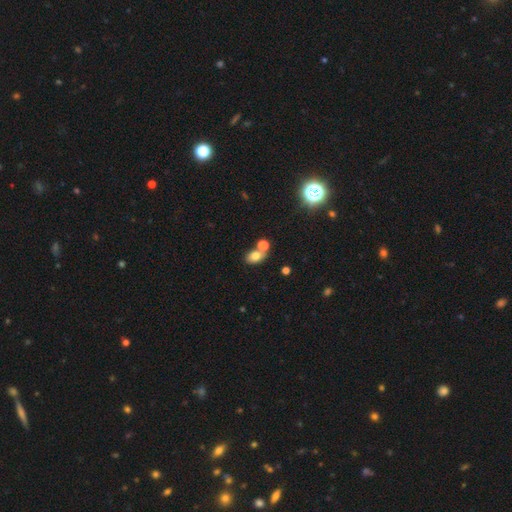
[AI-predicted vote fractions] A smooth galaxy with no disk features (75%) that is in between round and cigar-shaped (73%).

Vote fractions:
- Smooth or featured? smooth: 75% / star or artifact: 13% / featured or disk: 12%
- How rounded? in between: 73% / round: 25% / cigar-shaped: 2%
- Merging? none: 50% / merger: 34% / minor disturbance: 11% / major disturbance: 4%